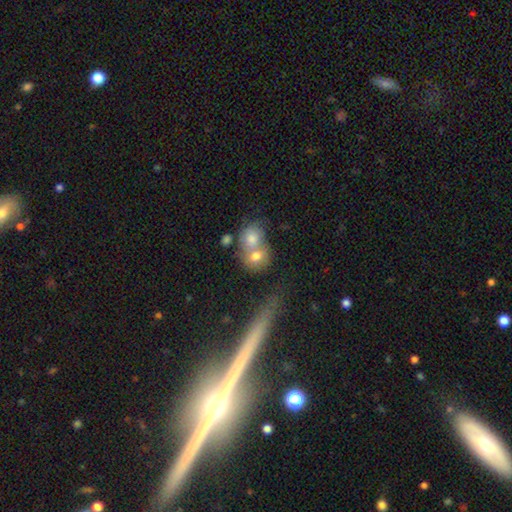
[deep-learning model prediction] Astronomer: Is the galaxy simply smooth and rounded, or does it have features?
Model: smooth — 61%.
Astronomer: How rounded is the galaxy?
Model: round — 66%.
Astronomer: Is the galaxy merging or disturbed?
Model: none — 45% (runner-up: merger, 40%).